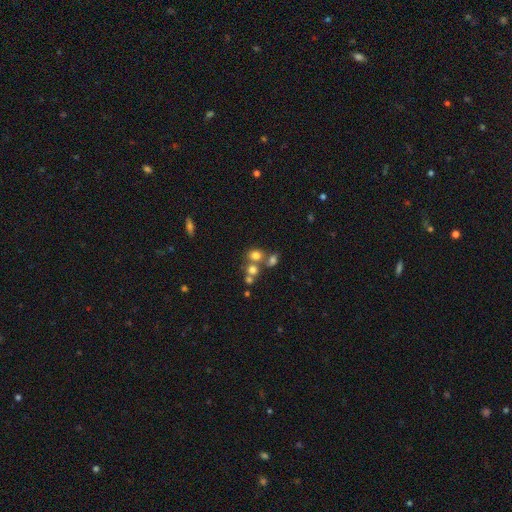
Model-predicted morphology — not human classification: A smooth galaxy with no disk features (70%) that is round (71%).

Vote fractions:
- Smooth or featured? smooth: 70% / star or artifact: 17% / featured or disk: 13%
- How rounded? round: 71% / in between: 28% / cigar-shaped: 1%
- Merging? none: 46% / merger: 40% / minor disturbance: 9% / major disturbance: 5%